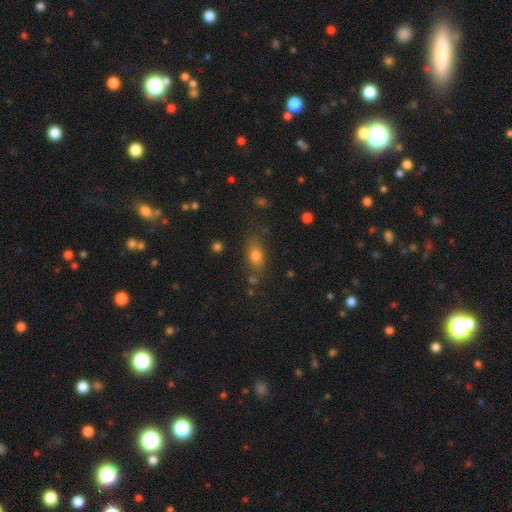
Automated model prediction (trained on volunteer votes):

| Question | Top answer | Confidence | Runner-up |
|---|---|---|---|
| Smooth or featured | smooth | 76% | featured or disk (13%) |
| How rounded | in between | 76% | round (16%) |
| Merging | none | 72% | minor disturbance (17%) |